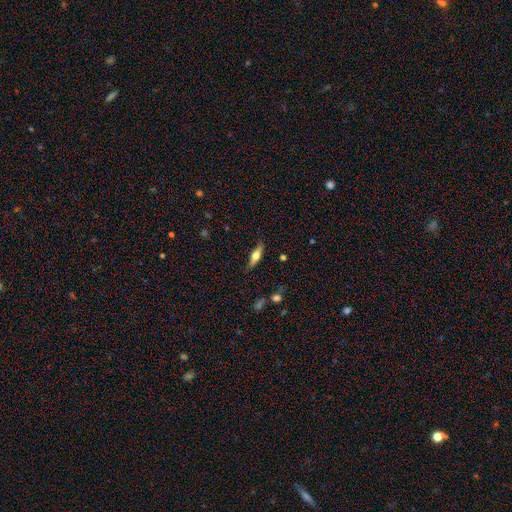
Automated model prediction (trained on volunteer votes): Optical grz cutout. It shows a smooth galaxy with no disk features (48%). Merging: none (82%).